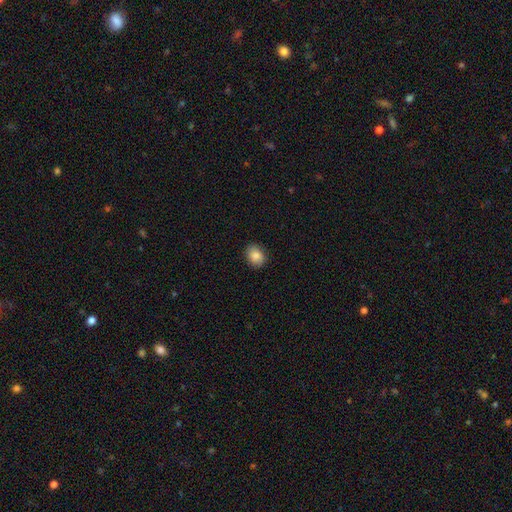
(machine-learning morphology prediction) This appears to be a smooth galaxy with no disk features (86%) that is in between round and cigar-shaped (59%). Merging: none (87%).